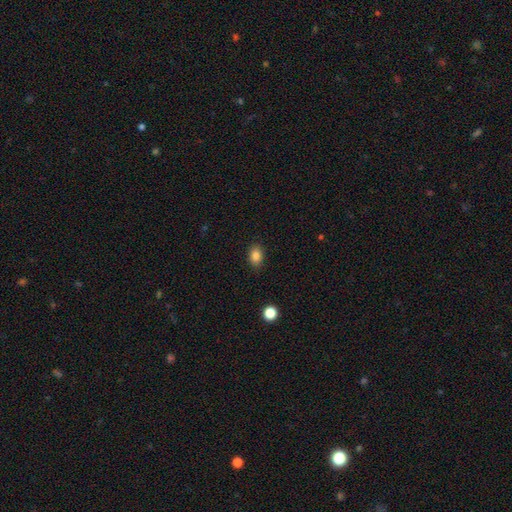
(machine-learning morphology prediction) Smooth or featured? smooth (85%)
How rounded? in between (77%)
Merging? none (86%)